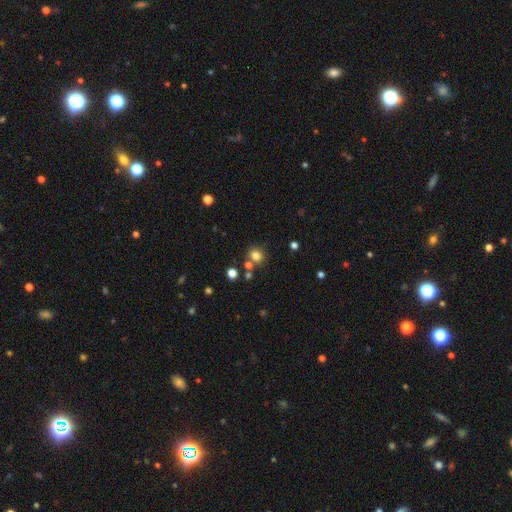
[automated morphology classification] Overall: smooth (78%). How rounded: round (82%). Merging: none (73%).